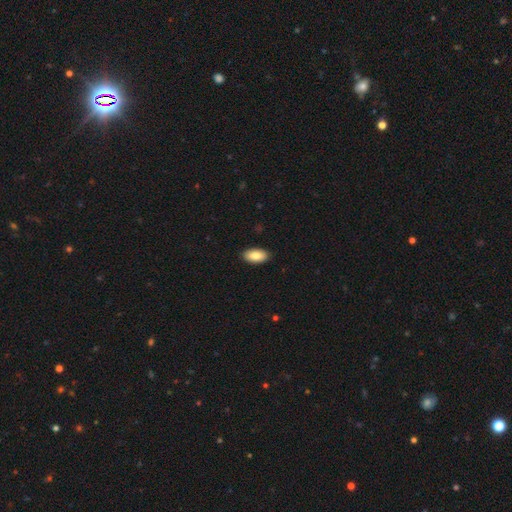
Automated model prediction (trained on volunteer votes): This appears to be a smooth galaxy with no disk features (85%) that is in between round and cigar-shaped (94%). Merging: none (90%).